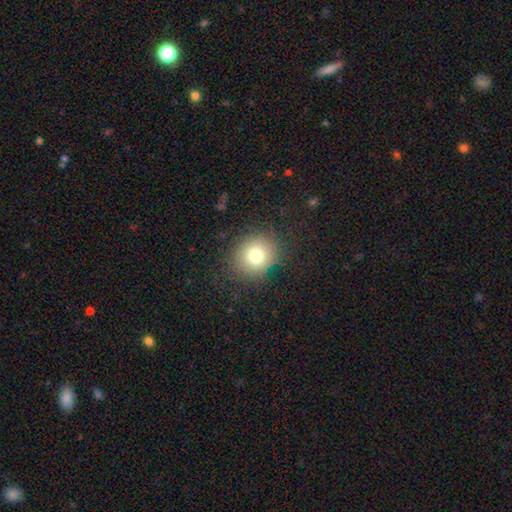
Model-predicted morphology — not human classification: A smooth galaxy with no disk features (76%) that is round (82%). Merging: none (84%).